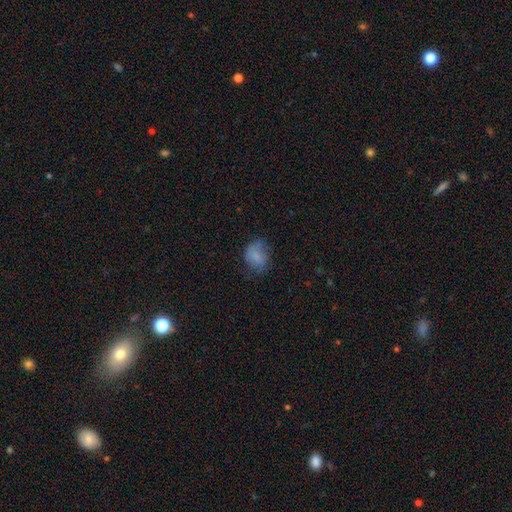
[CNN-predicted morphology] smooth 71%, featured or disk 18%, star or artifact 11%. Down the decision tree: how rounded — in between (54%); merging — none (52%).